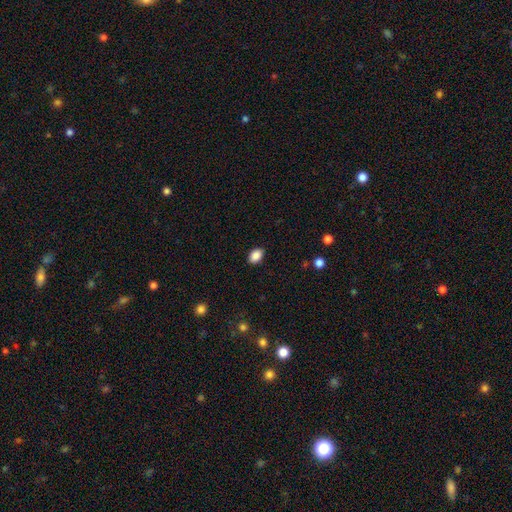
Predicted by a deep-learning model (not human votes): smooth_or_featured: smooth (p=0.88) [alt: star or artifact p=0.08]
how_rounded: in between (p=0.81) [alt: round p=0.18]
merging: none (p=0.89) [alt: minor disturbance p=0.08]